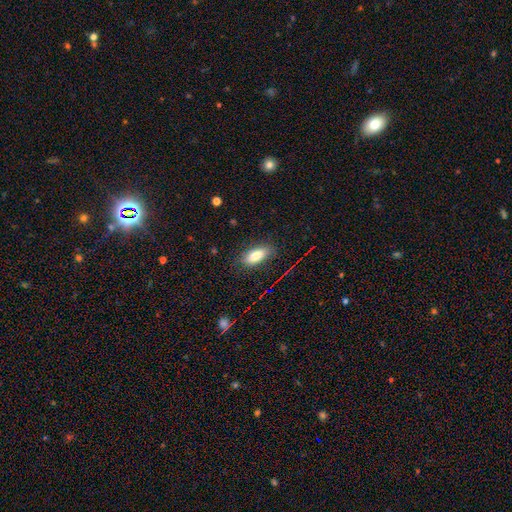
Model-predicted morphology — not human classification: The model was most divided on "merging": none: 82%, minor disturbance: 13%, major disturbance: 4%, merger: 1%. More confident: how rounded — in between (84%); smooth or featured — smooth (83%).